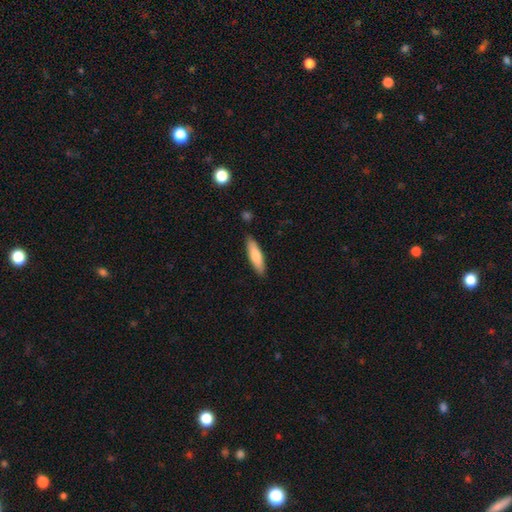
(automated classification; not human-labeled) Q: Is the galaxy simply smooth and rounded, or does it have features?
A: smooth — 75%.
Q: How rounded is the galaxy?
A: cigar-shaped — 65%.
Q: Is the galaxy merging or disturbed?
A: none — 86%.